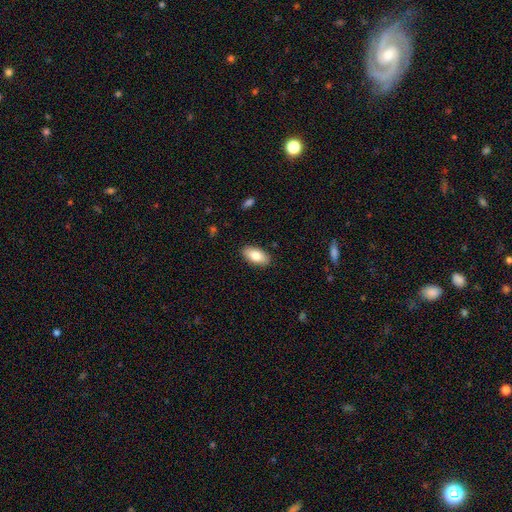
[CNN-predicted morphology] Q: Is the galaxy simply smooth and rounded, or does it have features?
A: smooth — 82%.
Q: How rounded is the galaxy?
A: in between — 92%.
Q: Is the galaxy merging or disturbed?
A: none — 89%.